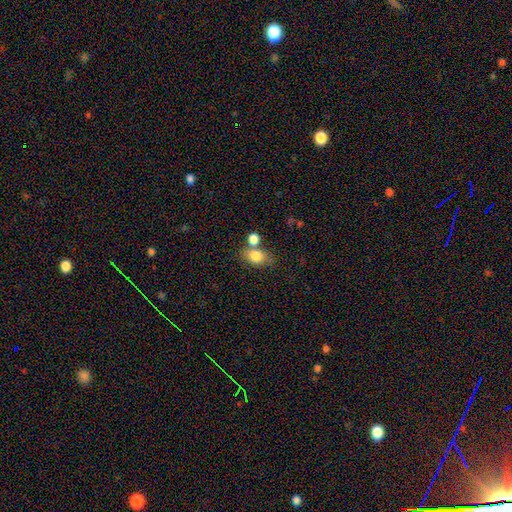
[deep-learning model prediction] Overall: smooth (81%). How rounded: in between (71%). Merging: none (51%; merger 30%).